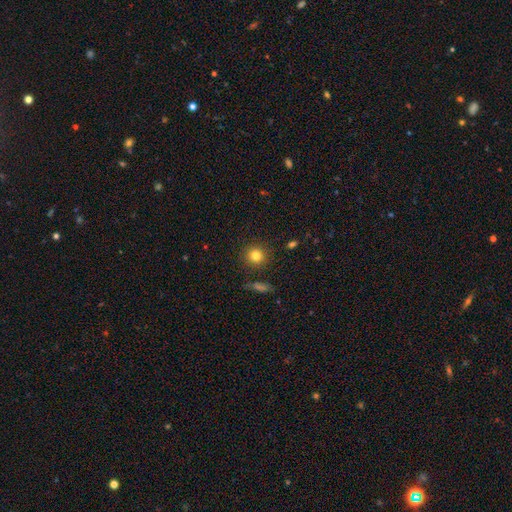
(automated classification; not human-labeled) Smooth or featured: smooth — 81% (star or artifact — 12%)
How rounded: round — 91% (in between — 7%)
Merging: none — 89% (minor disturbance — 7%)